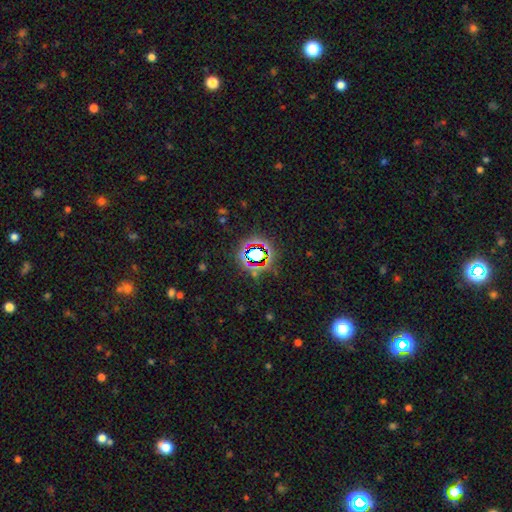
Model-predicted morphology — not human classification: Overall: star or artifact (72%).